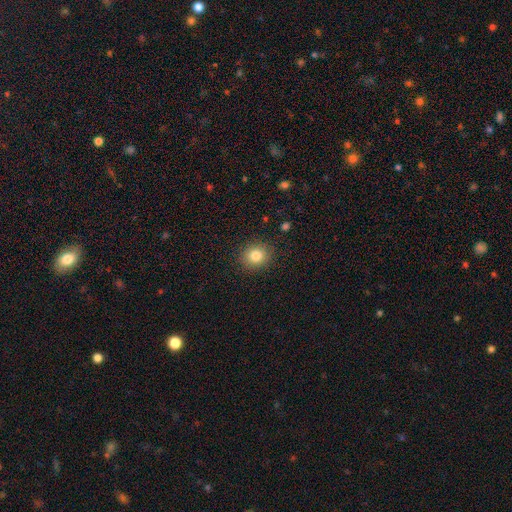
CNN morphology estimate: Smooth or featured? smooth (82%)
How rounded? round (77%)
Merging? none (89%)